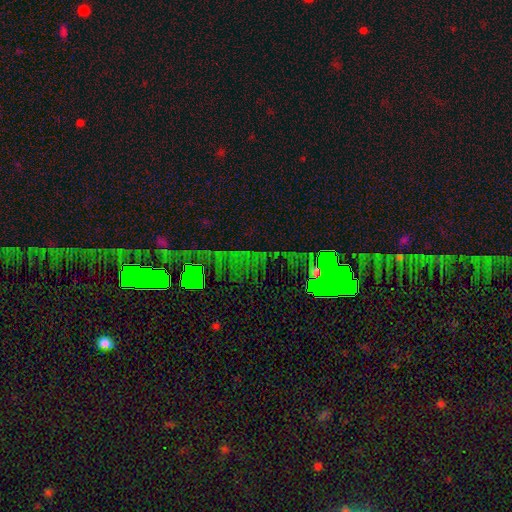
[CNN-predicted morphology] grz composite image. It shows a star or artifact, not a galaxy (72%).